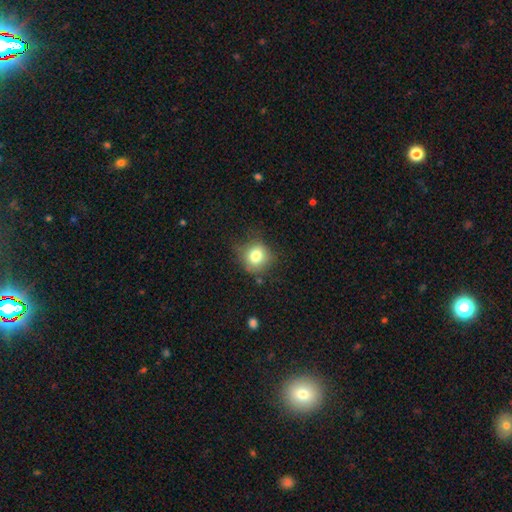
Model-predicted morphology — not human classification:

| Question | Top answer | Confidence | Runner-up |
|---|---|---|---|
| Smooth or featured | smooth | 78% | star or artifact (11%) |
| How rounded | round | 83% | in between (16%) |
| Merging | none | 68% | minor disturbance (22%) |